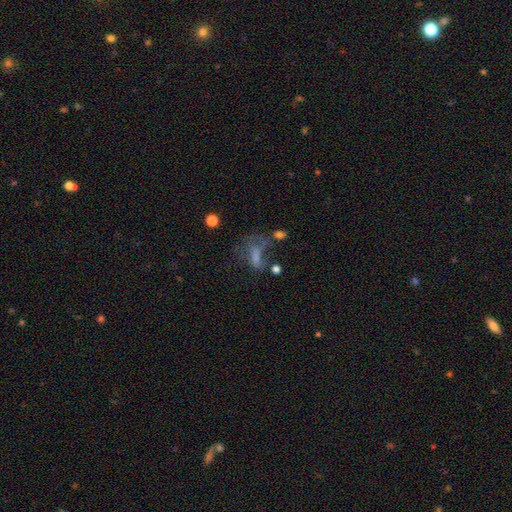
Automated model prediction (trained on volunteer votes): Overall: smooth (39%; featured or disk 34%). Merging: major disturbance (39%; none 30%).